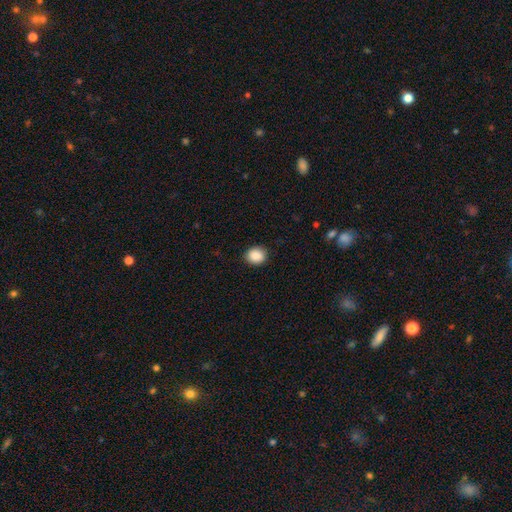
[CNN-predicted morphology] This appears to be a smooth galaxy with no disk features (89%) that is round (69%). Merging: none (88%).